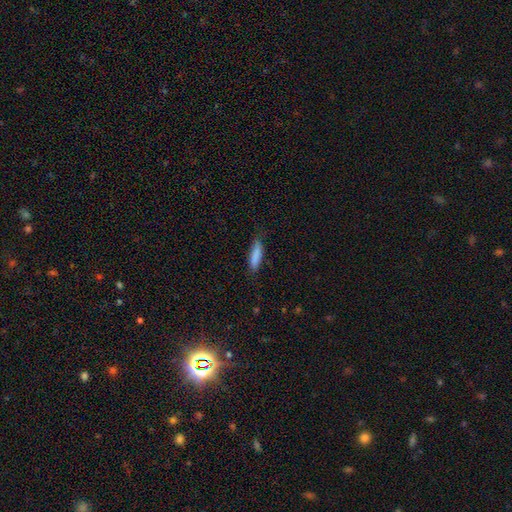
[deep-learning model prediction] Smooth or featured? Predicted: smooth (p=0.85). How rounded? Predicted: cigar-shaped (p=0.67). Merging? Predicted: none (p=0.74).